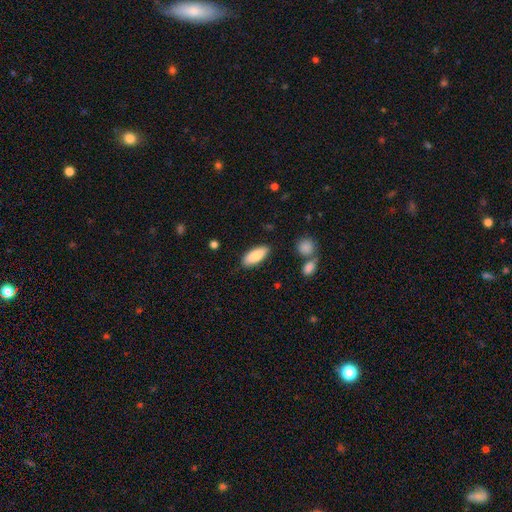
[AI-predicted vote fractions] Smooth or featured?
  - smooth: 83% *
  - featured or disk: 11%
  - star or artifact: 6%
How rounded?
  - in between: 81% *
  - cigar-shaped: 17%
  - round: 2%
Merging?
  - none: 85% *
  - minor disturbance: 10%
  - major disturbance: 2%
  - merger: 2%